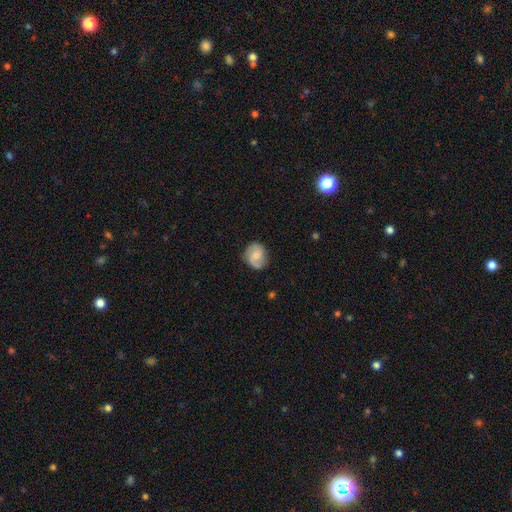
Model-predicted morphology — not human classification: A featured or disk galaxy (59%) with no bar (49%), 2 (87%) medium (48%) spiral arms (92%) and a moderate central bulge (46%).

Vote fractions:
- Smooth or featured? featured or disk: 59% / smooth: 34% / star or artifact: 7%
- Edge-on disk? no: 98% / yes: 2%
- Bar? no: 49% / weak: 43% / strong: 8%
- Spiral arms? yes: 92% / no: 8%
- Spiral winding? medium: 48% / loose: 27% / tight: 25%
- Spiral arm count? 2: 87% / can't tell: 6% / 1: 3% / 3: 1% / 4: 1% / more than 4: 1%
- Bulge size? moderate: 46% / small: 40% / none: 9% / large: 4% / dominant: 1%
- Merging? none: 80% / minor disturbance: 15% / major disturbance: 4% / merger: 1%